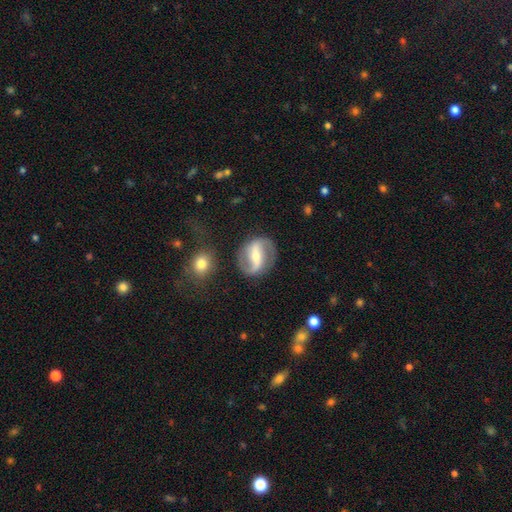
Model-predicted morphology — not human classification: This is clearly a featured or disk galaxy (84%). It is clearly not viewed edge-on (97%). Bar: likely strong (60%). Spiral arm pattern: clearly yes (92%). Spiral arm count: clearly 2 (92%). Spiral winding: marginally loose (43%). Central bulge: possibly moderate (50%). Merging: clearly none (82%).